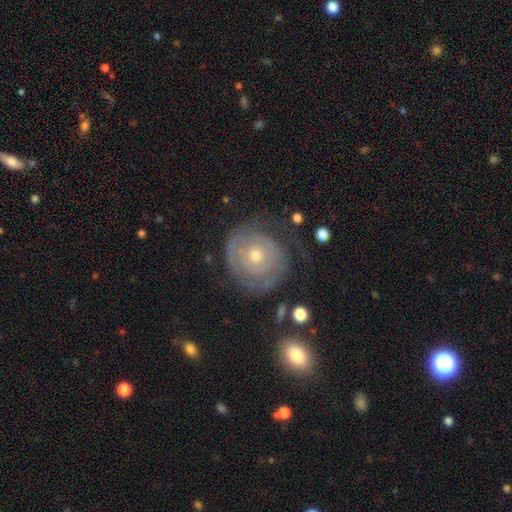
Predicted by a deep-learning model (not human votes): Smooth or featured: featured or disk — 75% (smooth — 18%)
Edge-on disk: no — 97% (yes — 3%)
Bar: no — 83% (weak — 14%)
Spiral arms: yes — 81% (no — 19%)
Spiral winding: tight — 77% (medium — 16%)
Spiral arm count: can't tell — 45% (2 — 28%)
Bulge size: small — 56% (moderate — 41%)
Merging: none — 67% (minor disturbance — 18%)